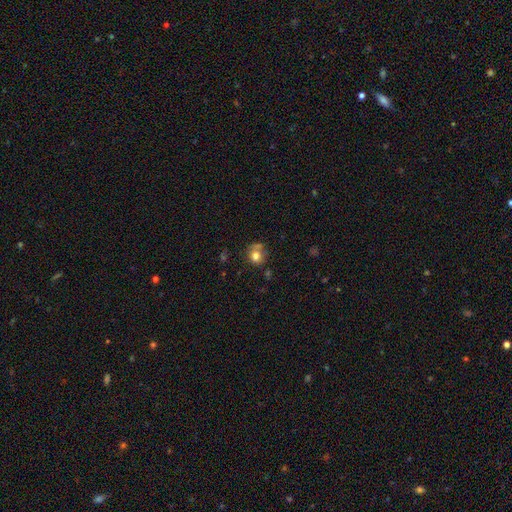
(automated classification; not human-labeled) Smooth or featured: smooth — 75% (featured or disk — 13%)
How rounded: round — 79% (in between — 20%)
Merging: none — 56% (minor disturbance — 20%)